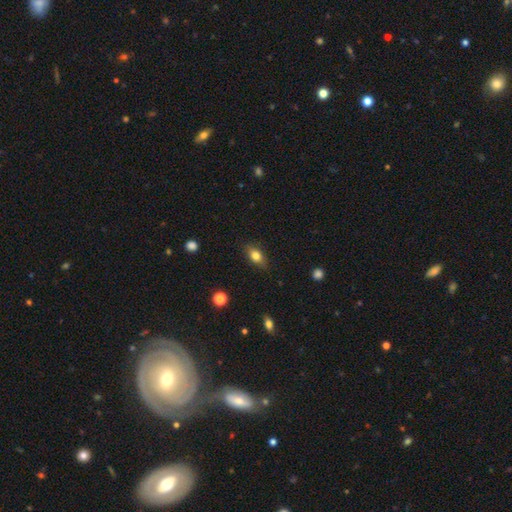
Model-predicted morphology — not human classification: The model was most divided on "how rounded": in between: 79%, round: 16%, cigar-shaped: 5%. More confident: merging — none (83%); smooth or featured — smooth (78%).